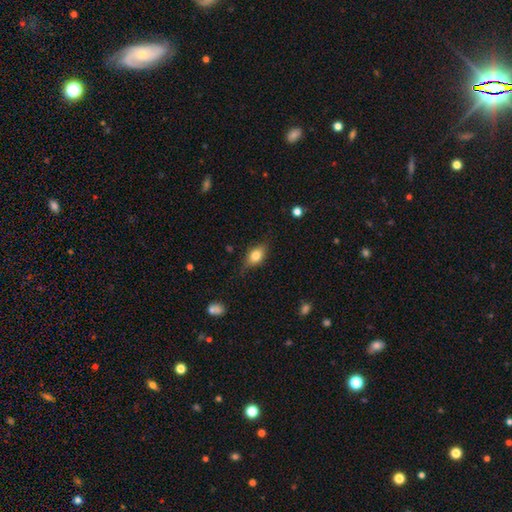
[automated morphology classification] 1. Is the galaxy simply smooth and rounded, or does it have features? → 73% smooth, 19% featured or disk, 8% star or artifact.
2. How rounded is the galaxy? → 79% in between, 15% round, 6% cigar-shaped.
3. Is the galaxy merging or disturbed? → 70% none, 23% minor disturbance, 5% major disturbance, 1% merger.